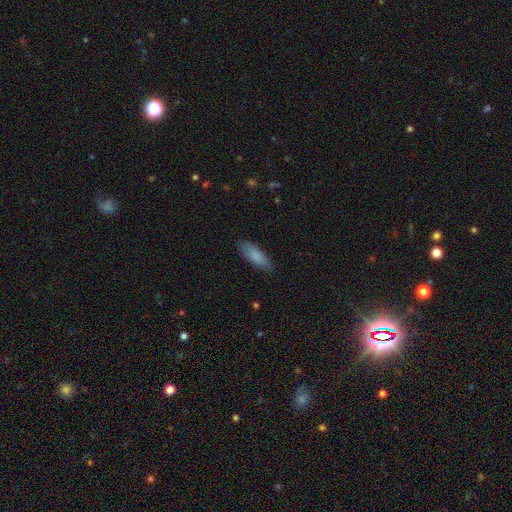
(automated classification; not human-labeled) Q: Smooth or featured?
A: smooth (84%); runner-up: featured or disk (10%)
Q: How rounded?
A: in between (62%); runner-up: cigar-shaped (36%)
Q: Merging?
A: none (83%); runner-up: minor disturbance (13%)